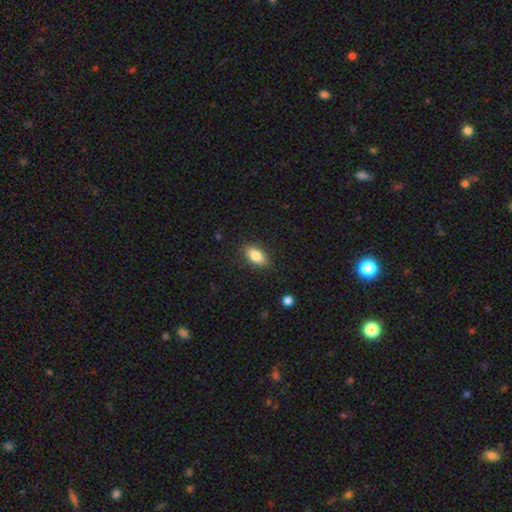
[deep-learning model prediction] smooth 84%, featured or disk 8%, star or artifact 8%. Down the decision tree: how rounded — in between (89%); merging — none (87%).